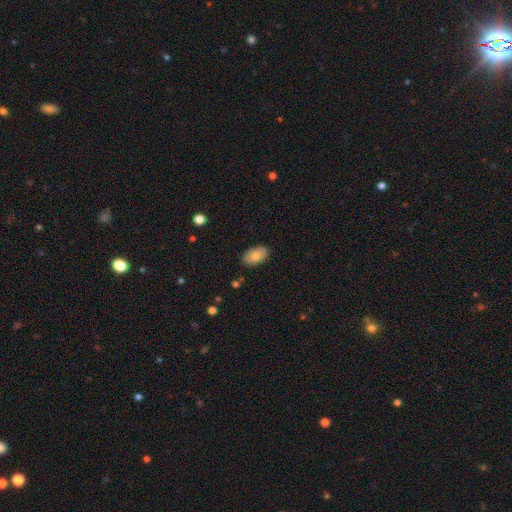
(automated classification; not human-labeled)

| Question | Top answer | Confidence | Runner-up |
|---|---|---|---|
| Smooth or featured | smooth | 80% | featured or disk (13%) |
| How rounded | in between | 94% | round (4%) |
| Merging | none | 87% | minor disturbance (10%) |